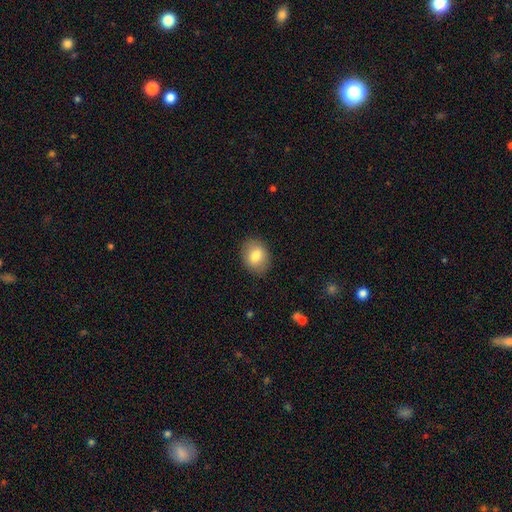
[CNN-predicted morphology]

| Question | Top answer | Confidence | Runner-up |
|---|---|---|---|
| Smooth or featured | smooth | 78% | featured or disk (14%) |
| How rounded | in between | 56% | round (43%) |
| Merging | none | 87% | minor disturbance (10%) |